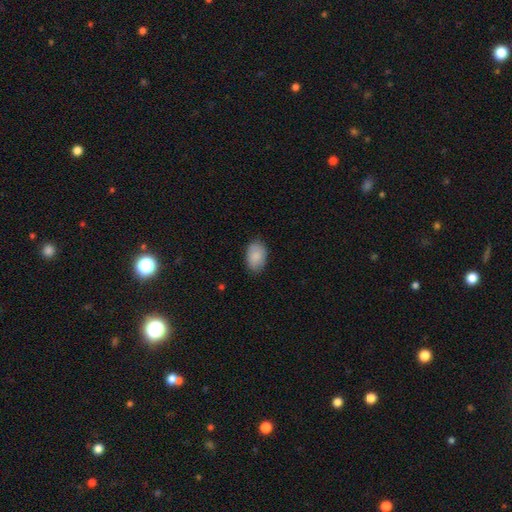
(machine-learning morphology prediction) smooth 88%, star or artifact 6%, featured or disk 6%. Down the decision tree: how rounded — in between (87%); merging — none (83%).